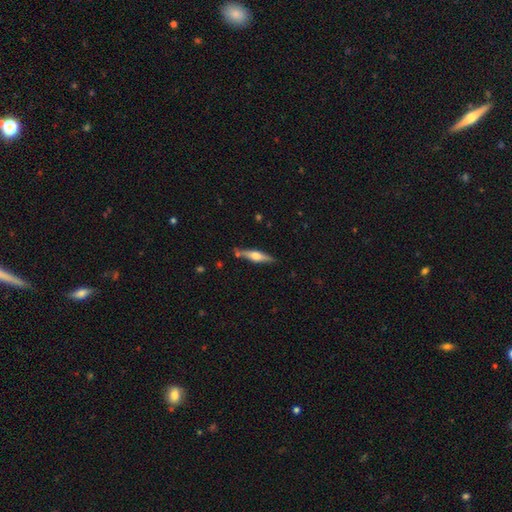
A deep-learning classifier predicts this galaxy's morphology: The model was most divided on "smooth or featured": featured or disk: 62%, smooth: 32%, star or artifact: 6%. More confident: edge-on disk — yes (96%); edge-on bulge — rounded (92%); merging — none (82%).